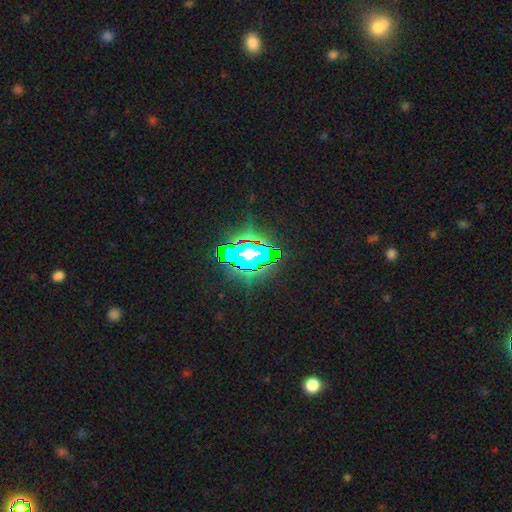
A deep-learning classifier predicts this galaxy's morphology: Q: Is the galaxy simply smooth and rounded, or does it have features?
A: star or artifact — 79%.